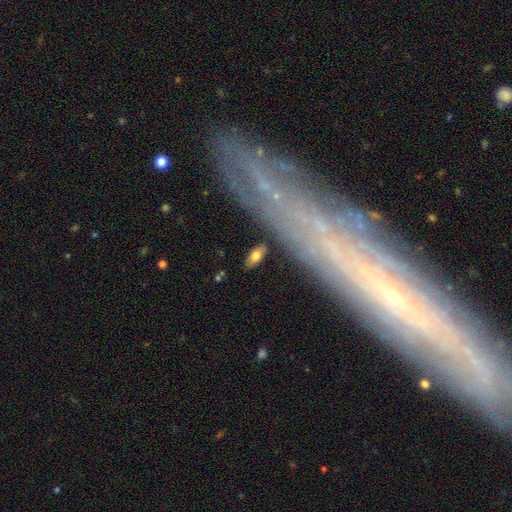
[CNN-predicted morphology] Smooth or featured? smooth (75%)
How rounded? in between (88%)
Merging? none (83%)